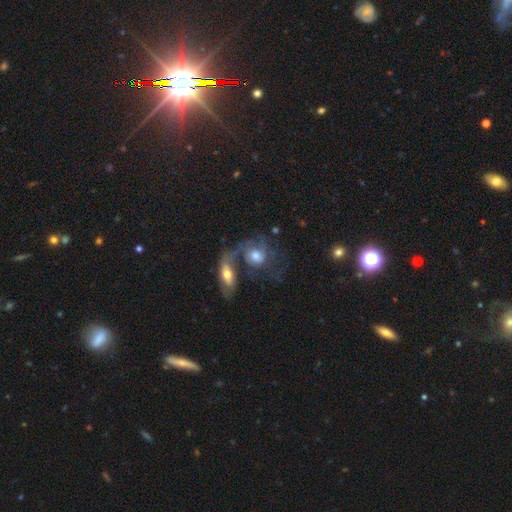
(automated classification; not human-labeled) featured or disk 63%, smooth 29%, star or artifact 7%. Down the decision tree: edge-on disk — no (94%); bar — no (75%); spiral arms — yes (77%); bulge size — moderate (56%); merging — merger (49%).